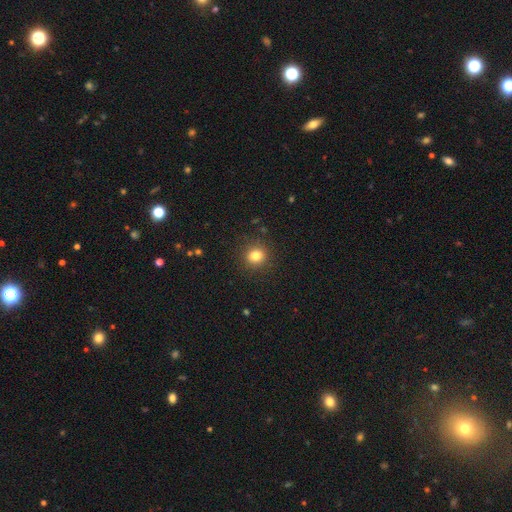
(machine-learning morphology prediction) Overall: smooth (81%). How rounded: round (87%). Merging: none (90%).